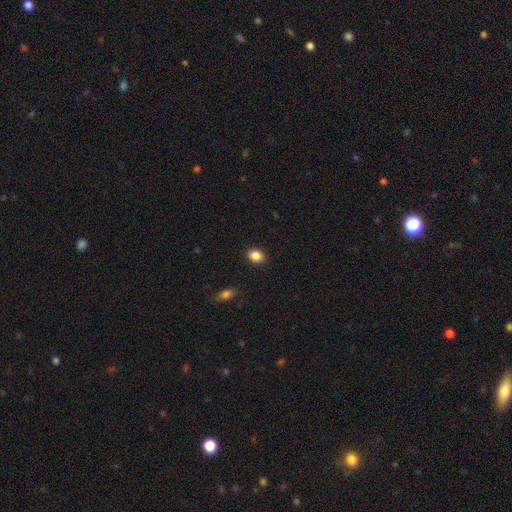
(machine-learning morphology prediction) Smooth or featured?
  - smooth: 87% *
  - star or artifact: 9%
  - featured or disk: 4%
How rounded?
  - in between: 65% *
  - round: 34%
  - cigar-shaped: 1%
Merging?
  - none: 89% *
  - minor disturbance: 8%
  - major disturbance: 2%
  - merger: 1%